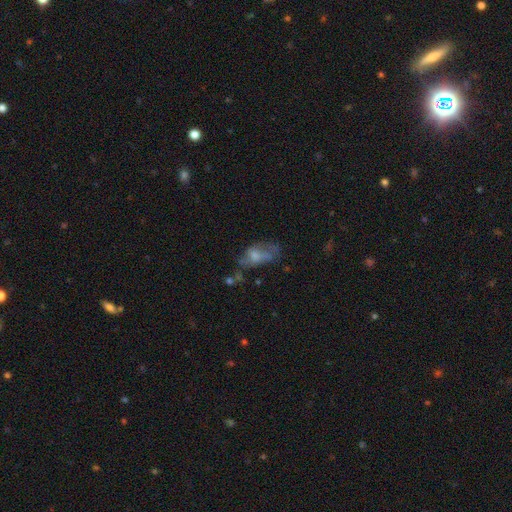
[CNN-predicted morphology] smooth-or-featured: smooth: 51% | featured or disk: 37% | star or artifact: 11%
  how-rounded: in between: 86% | cigar-shaped: 8% | round: 6%
  merging: none: 36% | major disturbance: 31% | minor disturbance: 26% | merger: 8%